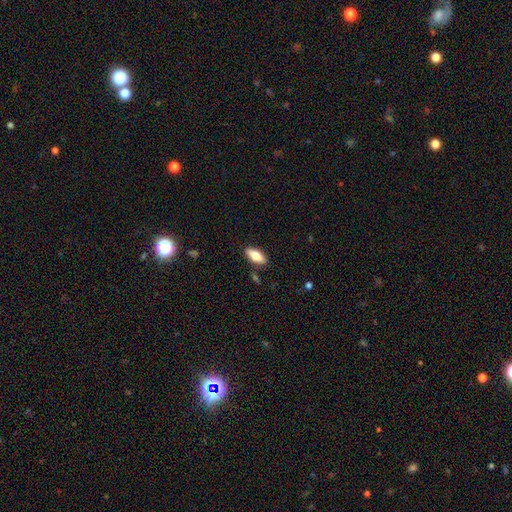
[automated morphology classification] smooth_or_featured: smooth (p=0.75) [alt: featured or disk p=0.19]
how_rounded: in between (p=0.82) [alt: cigar-shaped p=0.16]
merging: none (p=0.86) [alt: minor disturbance p=0.10]